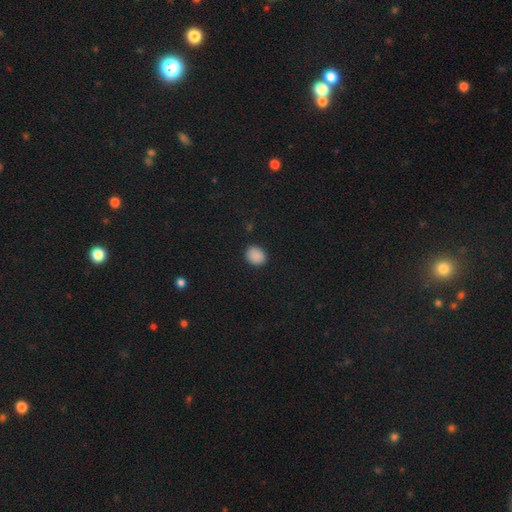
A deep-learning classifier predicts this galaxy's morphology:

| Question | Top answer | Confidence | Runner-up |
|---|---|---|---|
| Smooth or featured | smooth | 88% | star or artifact (9%) |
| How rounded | round | 54% | in between (45%) |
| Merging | none | 88% | minor disturbance (9%) |